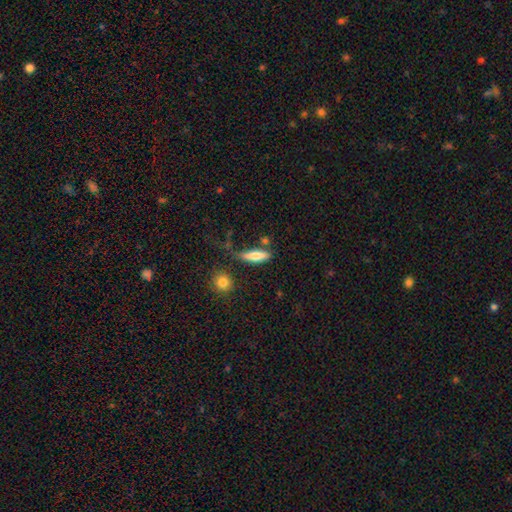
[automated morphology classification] Smooth or featured?
  - smooth: 75% *
  - featured or disk: 17%
  - star or artifact: 7%
How rounded?
  - cigar-shaped: 51% *
  - in between: 45%
  - round: 3%
Merging?
  - none: 63% *
  - minor disturbance: 20%
  - merger: 9%
  - major disturbance: 8%